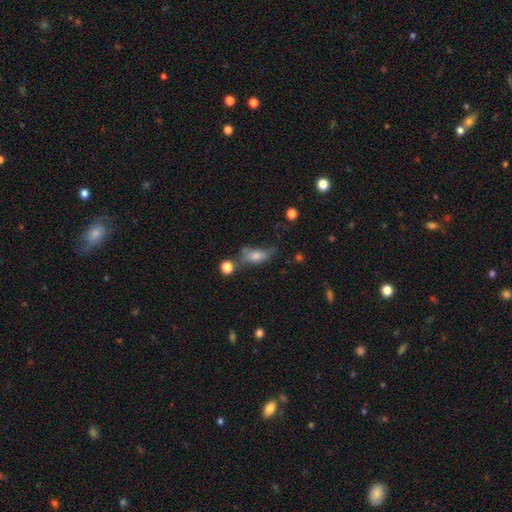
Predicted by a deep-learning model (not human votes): Smooth or featured? Predicted: smooth (p=0.59). How rounded? Predicted: in between (p=0.67). Merging? Predicted: none (p=0.43).